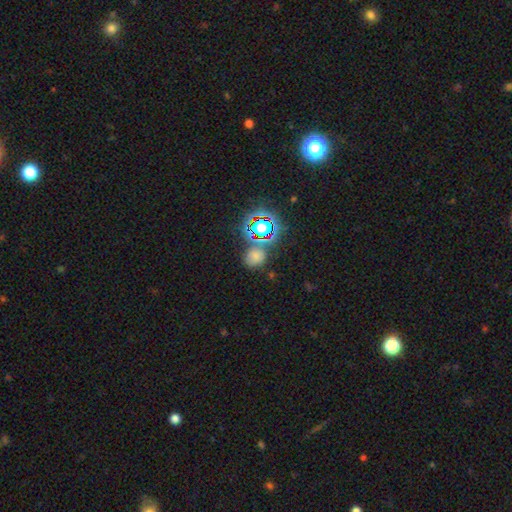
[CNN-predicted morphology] Smooth or featured: smooth — 57% (star or artifact — 35%)
How rounded: round — 65% (in between — 33%)
Merging: none — 69% (minor disturbance — 13%)